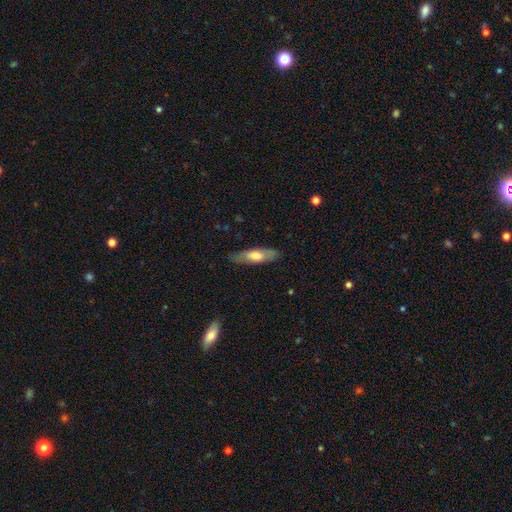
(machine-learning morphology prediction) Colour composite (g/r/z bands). It shows a smooth galaxy with no disk features (55%) that is cigar-shaped (53%). Merging: none (82%).